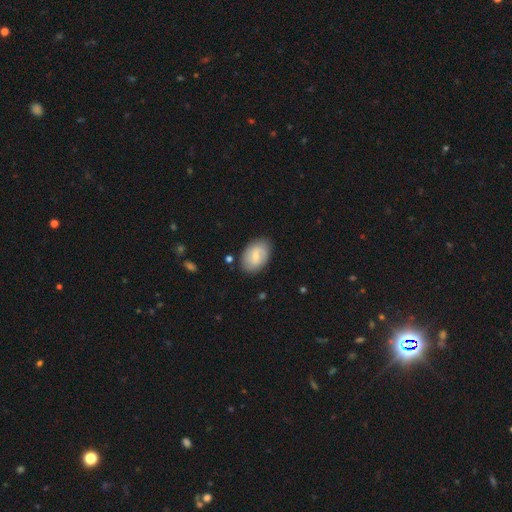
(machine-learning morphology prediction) This appears to be a smooth galaxy with no disk features (49%). Merging: none (82%).